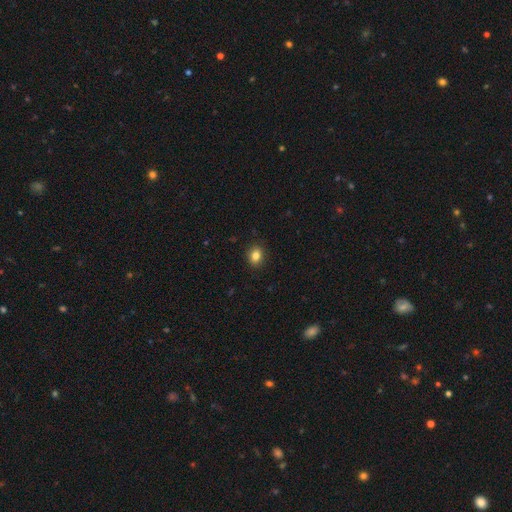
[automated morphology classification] smooth_or_featured: smooth (p=0.84) [alt: star or artifact p=0.11]
how_rounded: round (p=0.57) [alt: in between p=0.42]
merging: none (p=0.91) [alt: minor disturbance p=0.07]